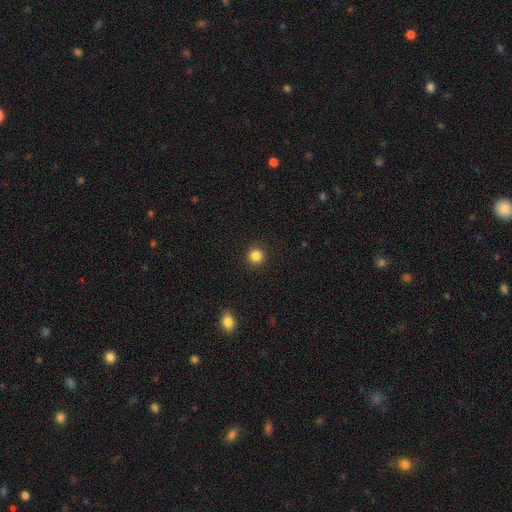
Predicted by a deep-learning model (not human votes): smooth 85%, star or artifact 11%, featured or disk 3%. Down the decision tree: how rounded — round (95%); merging — none (92%).